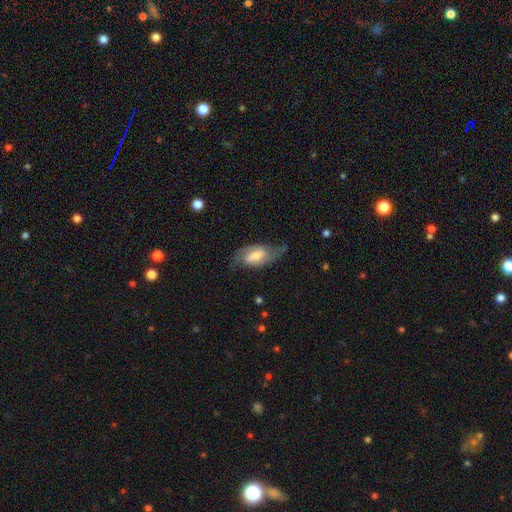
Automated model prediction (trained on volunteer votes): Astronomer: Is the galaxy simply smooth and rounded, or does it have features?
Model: featured or disk — 65%.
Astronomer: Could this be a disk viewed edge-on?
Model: no — 93%.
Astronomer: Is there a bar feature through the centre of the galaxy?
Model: weak — 49% (runner-up: strong, 27%).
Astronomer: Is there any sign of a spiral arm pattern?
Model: yes — 88%.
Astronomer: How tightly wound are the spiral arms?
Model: medium — 42%, tied with loose at 42%.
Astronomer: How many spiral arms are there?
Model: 2 — 86%.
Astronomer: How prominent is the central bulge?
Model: moderate — 49% (runner-up: small, 29%).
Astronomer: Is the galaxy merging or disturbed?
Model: none — 59%.